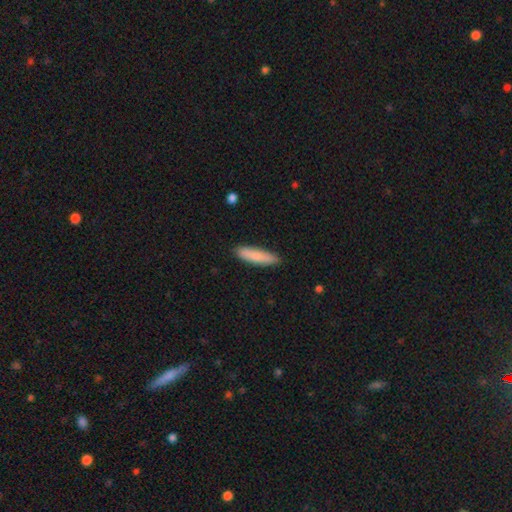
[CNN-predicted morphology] A smooth galaxy with no disk features (84%) that is cigar-shaped (75%).

Vote fractions:
- Smooth or featured? smooth: 84% / featured or disk: 10% / star or artifact: 6%
- How rounded? cigar-shaped: 75% / in between: 23% / round: 1%
- Merging? none: 88% / minor disturbance: 9% / major disturbance: 2% / merger: 1%